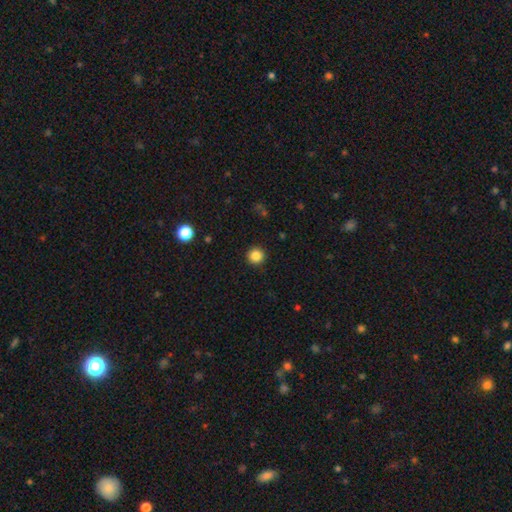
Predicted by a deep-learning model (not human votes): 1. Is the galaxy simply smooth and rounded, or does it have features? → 85% smooth, 11% star or artifact, 4% featured or disk.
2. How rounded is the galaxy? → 96% round, 4% in between, 1% cigar-shaped.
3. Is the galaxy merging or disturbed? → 92% none, 5% minor disturbance, 2% major disturbance, 1% merger.